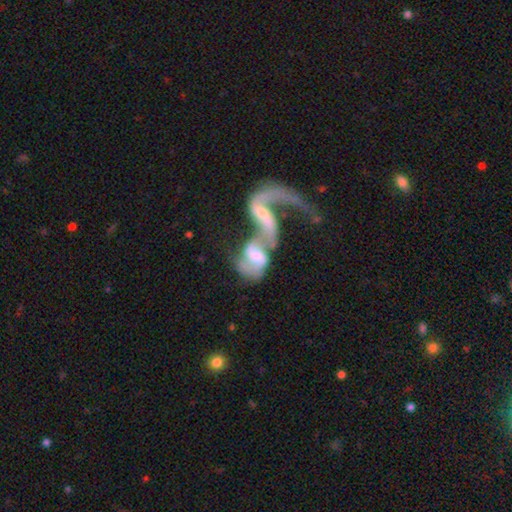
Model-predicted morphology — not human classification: Smooth or featured? featured or disk (69%)
Edge-on disk? no (96%)
Bar? no (45%)
Spiral arms? yes (72%)
Bulge size? moderate (45%)
Merging? merger (77%)